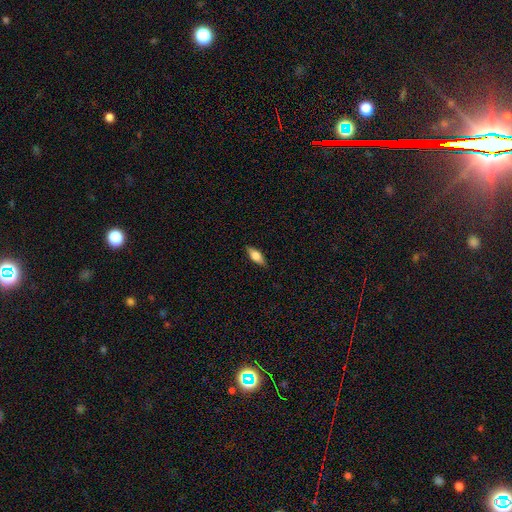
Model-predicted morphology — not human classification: The model was most divided on "smooth or featured": smooth: 69%, featured or disk: 25%, star or artifact: 7%. More confident: merging — none (85%); how rounded — in between (74%).